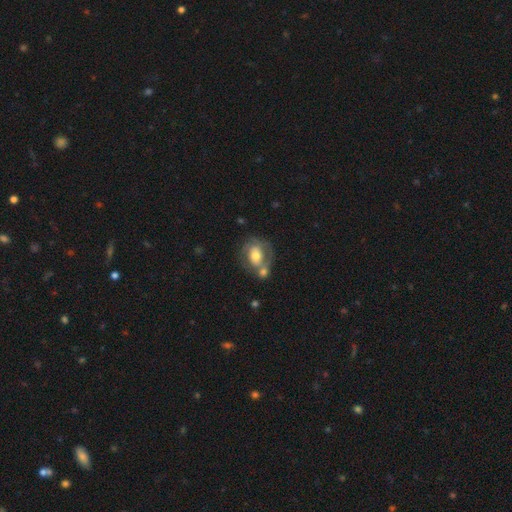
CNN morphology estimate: Smooth or featured: featured or disk — 48% (smooth — 45%)
Merging: none — 37% (merger — 35%)